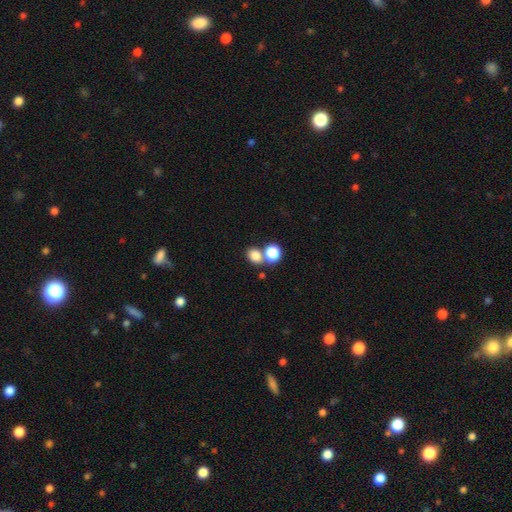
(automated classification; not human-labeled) smooth_or_featured: smooth (p=0.80) [alt: star or artifact p=0.13]
how_rounded: round (p=0.52) [alt: in between p=0.46]
merging: none (p=0.52) [alt: merger p=0.37]